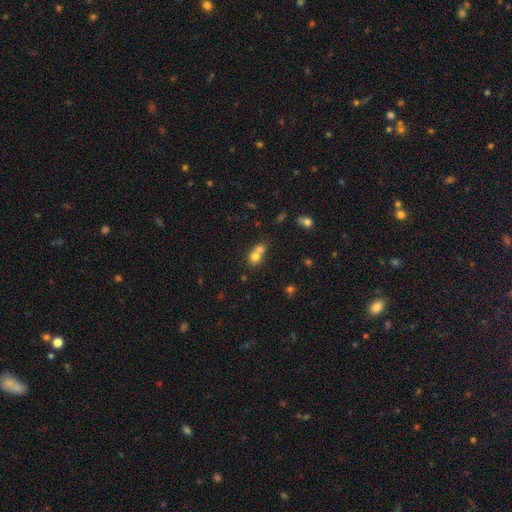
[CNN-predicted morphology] Smooth or featured: smooth — 74% (featured or disk — 14%)
How rounded: round — 69% (in between — 30%)
Merging: merger — 63% (none — 28%)